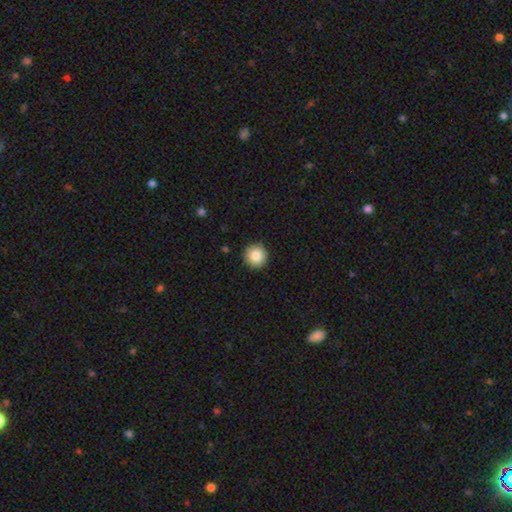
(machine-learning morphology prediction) smooth_or_featured: smooth (p=0.85) [alt: star or artifact p=0.09]
how_rounded: round (p=0.96) [alt: in between p=0.03]
merging: none (p=0.92) [alt: minor disturbance p=0.05]